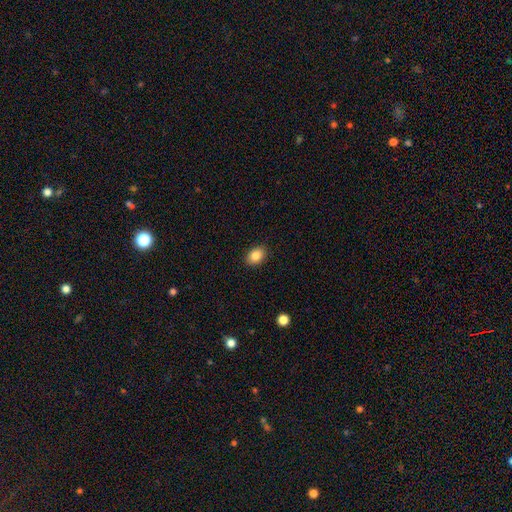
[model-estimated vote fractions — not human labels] smooth 86%, star or artifact 8%, featured or disk 6%. Down the decision tree: how rounded — in between (72%); merging — none (89%).